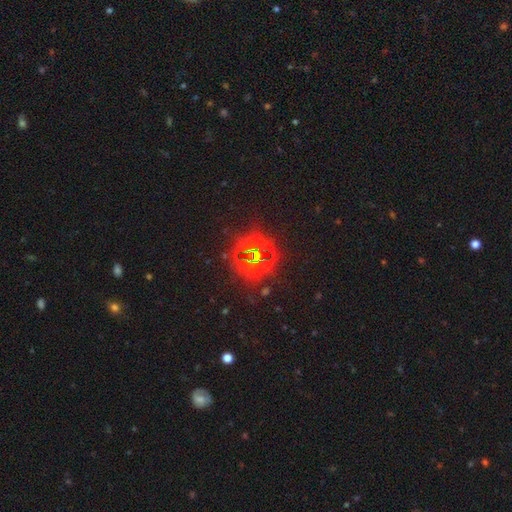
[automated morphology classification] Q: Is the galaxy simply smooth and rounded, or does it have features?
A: star or artifact — 80%.